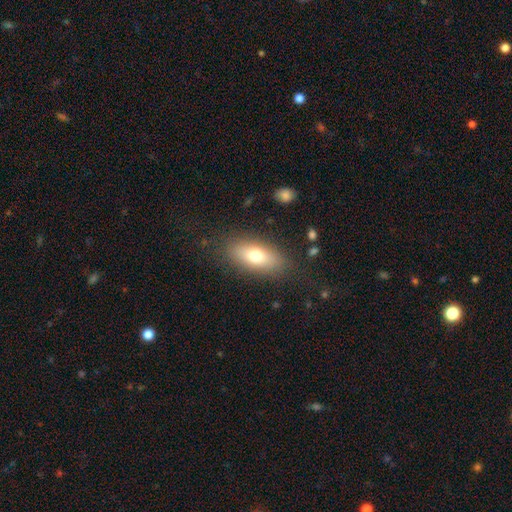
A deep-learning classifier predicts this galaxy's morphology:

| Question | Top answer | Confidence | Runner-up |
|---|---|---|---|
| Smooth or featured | smooth | 73% | featured or disk (19%) |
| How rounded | in between | 80% | cigar-shaped (14%) |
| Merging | none | 84% | minor disturbance (11%) |